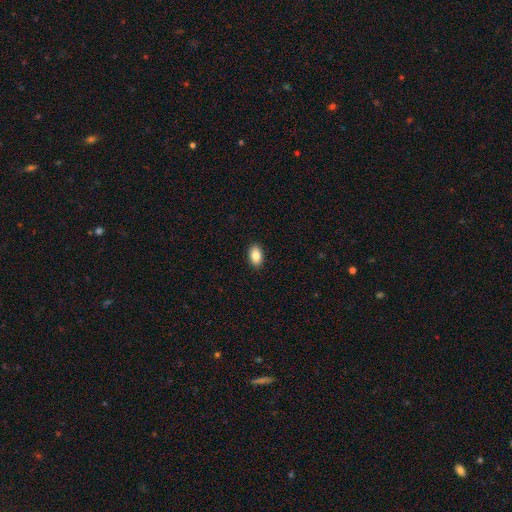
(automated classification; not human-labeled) Smooth or featured? smooth (86%)
How rounded? in between (90%)
Merging? none (91%)